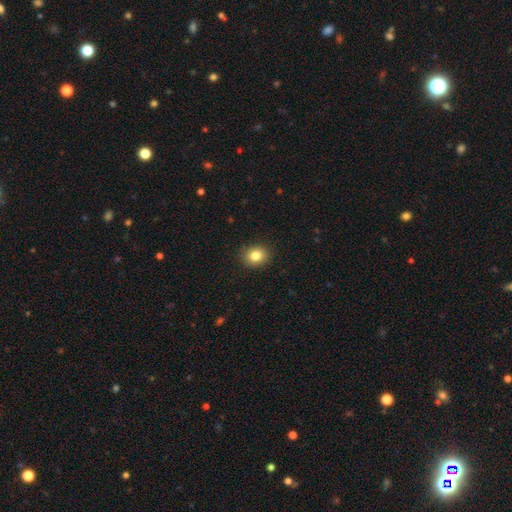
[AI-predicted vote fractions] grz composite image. It shows a smooth galaxy with no disk features (84%) that is round (63%). Merging: none (89%).